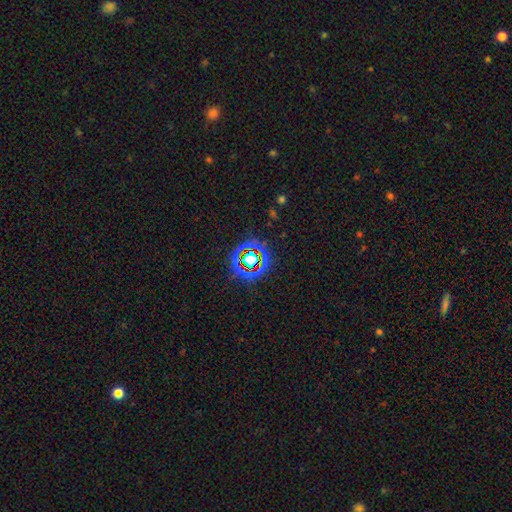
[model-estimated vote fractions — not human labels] Smooth or featured?
  - star or artifact: 61% *
  - smooth: 20%
  - featured or disk: 20%